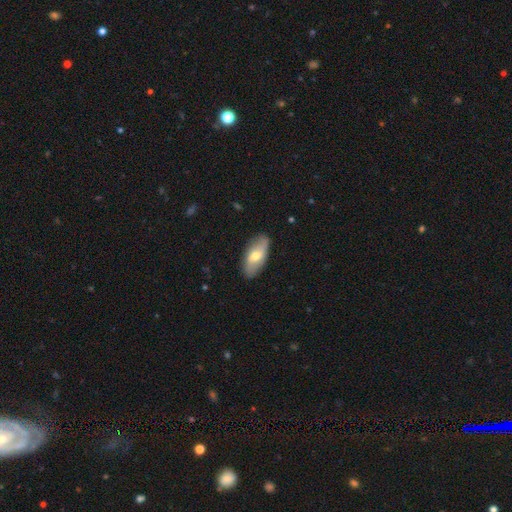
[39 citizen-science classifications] Volunteers were most divided on "smooth or featured": smooth: 59%, featured or disk: 36%, star or artifact: 5%. More confident: merging — none (78%); how rounded — in between (74%).